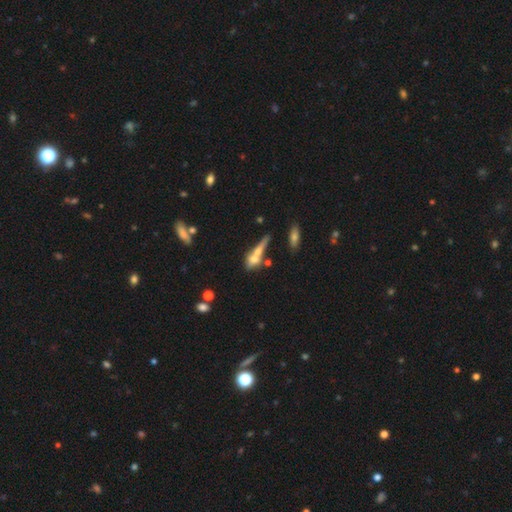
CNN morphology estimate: Q: Smooth or featured?
A: smooth (55%); runner-up: featured or disk (33%)
Q: How rounded?
A: cigar-shaped (45%); runner-up: in between (40%)
Q: Merging?
A: merger (46%); runner-up: none (31%)